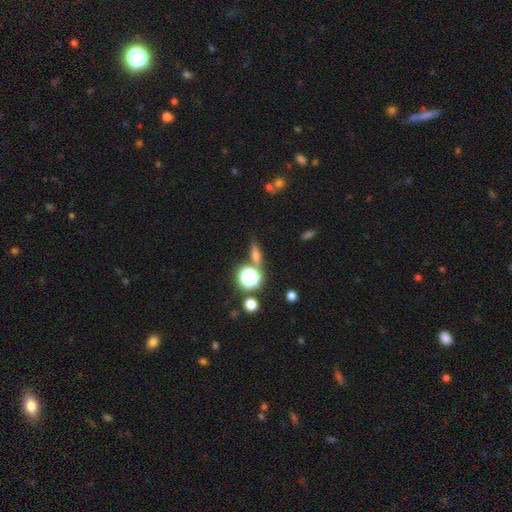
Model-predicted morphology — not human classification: A smooth galaxy with no disk features (55%) that is in between round and cigar-shaped (39%). Merging: none (70%).